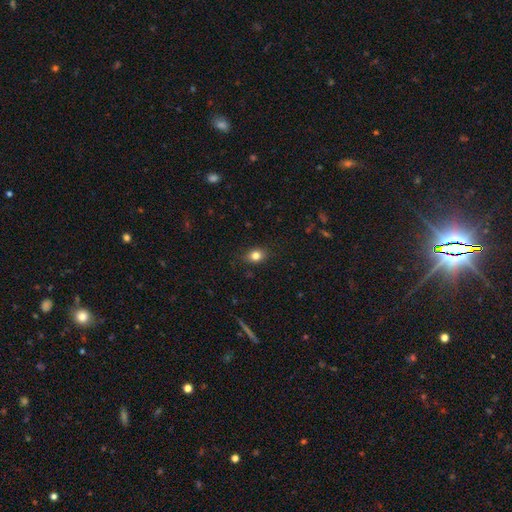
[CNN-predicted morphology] Smooth or featured? smooth (81%)
How rounded? in between (58%)
Merging? none (85%)